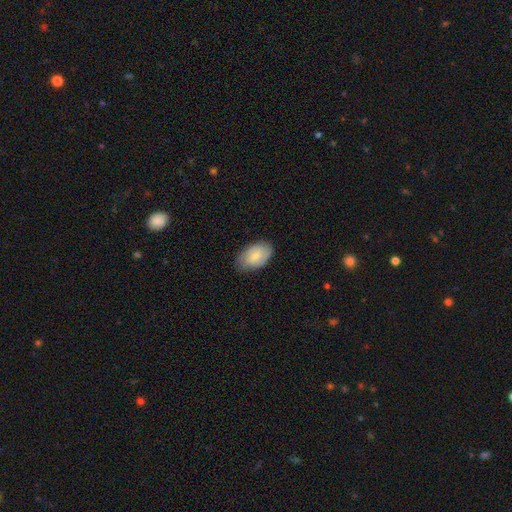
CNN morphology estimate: This is likely a smooth galaxy (78%). How rounded: clearly in between (93%). Merging: likely none (79%).